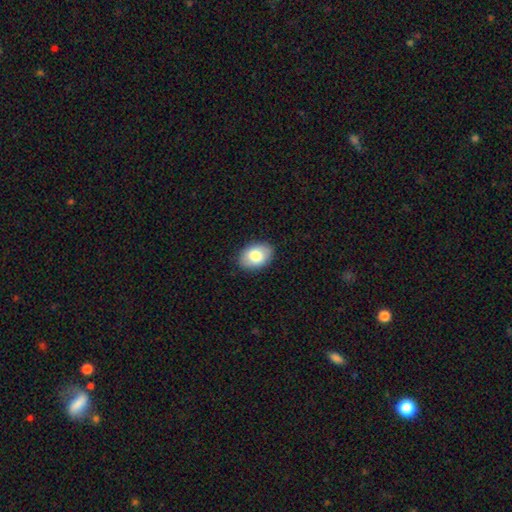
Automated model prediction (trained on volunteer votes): Morphology: type=smooth (78%); roundness=in between (82%); merging=none (88%).